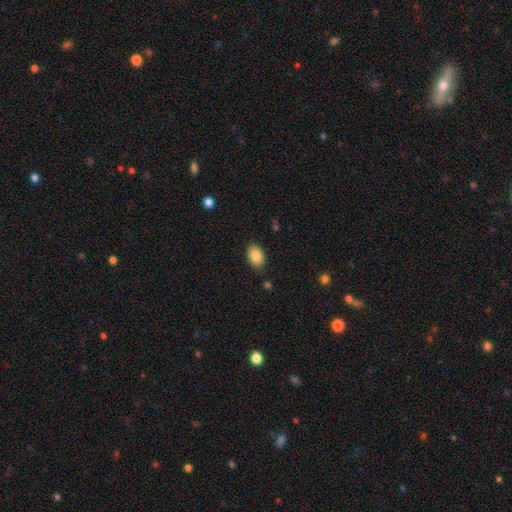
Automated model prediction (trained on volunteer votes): A smooth galaxy with no disk features (86%) that is in between round and cigar-shaped (88%).

Vote fractions:
- Smooth or featured? smooth: 86% / star or artifact: 7% / featured or disk: 7%
- How rounded? in between: 88% / round: 11% / cigar-shaped: 1%
- Merging? none: 86% / minor disturbance: 10% / major disturbance: 2% / merger: 1%